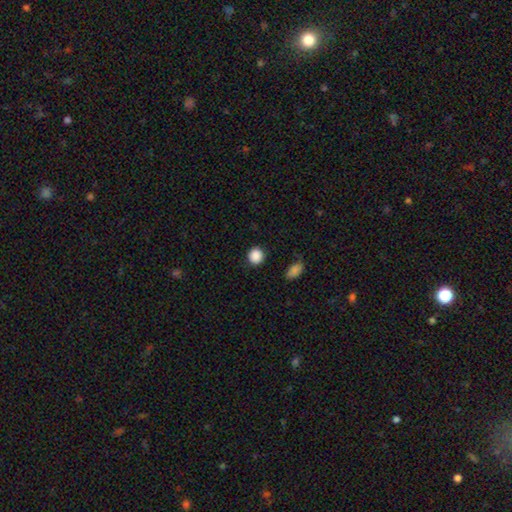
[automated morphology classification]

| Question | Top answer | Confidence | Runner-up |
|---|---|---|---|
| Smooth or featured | smooth | 88% | star or artifact (9%) |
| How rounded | round | 91% | in between (8%) |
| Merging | none | 88% | minor disturbance (7%) |